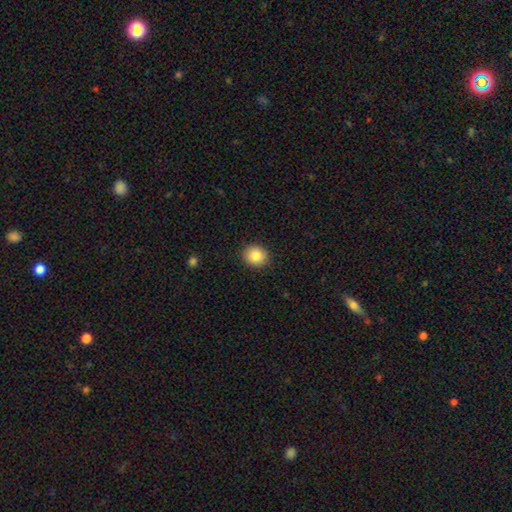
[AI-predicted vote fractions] Q: Smooth or featured?
A: smooth (86%); runner-up: star or artifact (9%)
Q: How rounded?
A: round (78%); runner-up: in between (21%)
Q: Merging?
A: none (91%); runner-up: minor disturbance (7%)